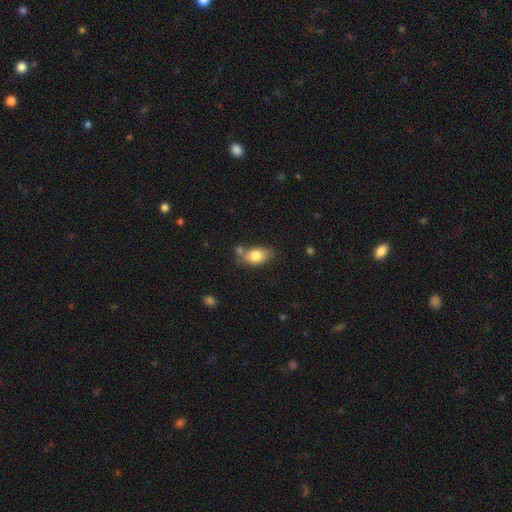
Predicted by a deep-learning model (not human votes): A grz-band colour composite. It shows a smooth galaxy with no disk features (80%) that is in between round and cigar-shaped (85%). Merging: none (61%).